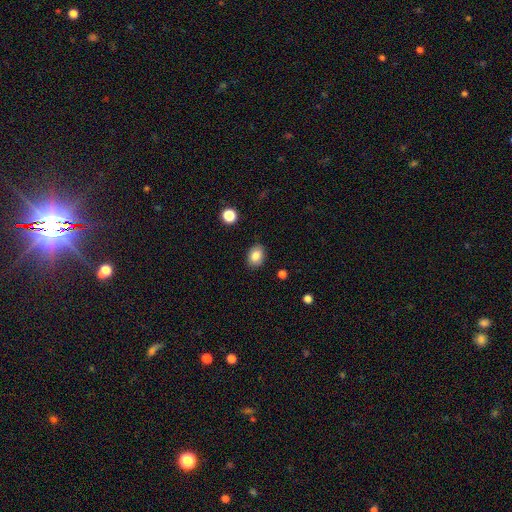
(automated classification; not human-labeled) smooth-or-featured: smooth: 83% | star or artifact: 9% | featured or disk: 8%
  how-rounded: in between: 70% | round: 29% | cigar-shaped: 1%
  merging: none: 87% | minor disturbance: 9% | major disturbance: 2% | merger: 1%